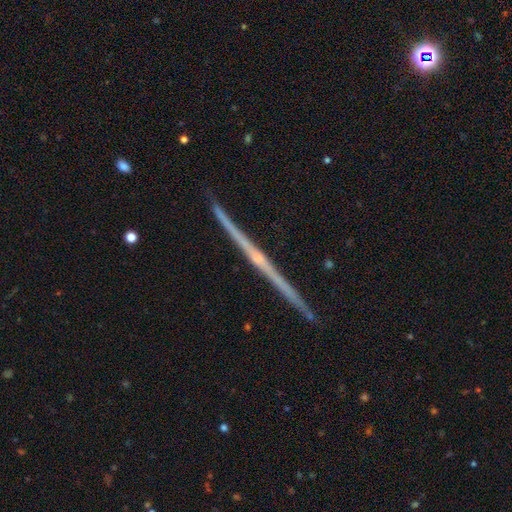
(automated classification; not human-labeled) A featured or disk galaxy (83%) viewed edge-on (98%) with a rounded central bulge (49%). Merging: none (92%).